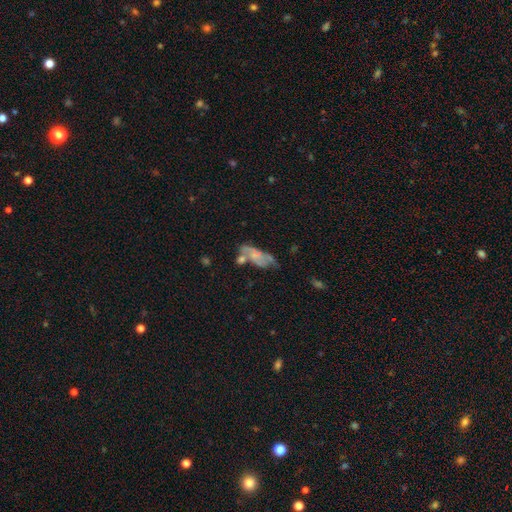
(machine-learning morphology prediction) This appears to be a featured or disk galaxy (51%). Merging: none (35%).